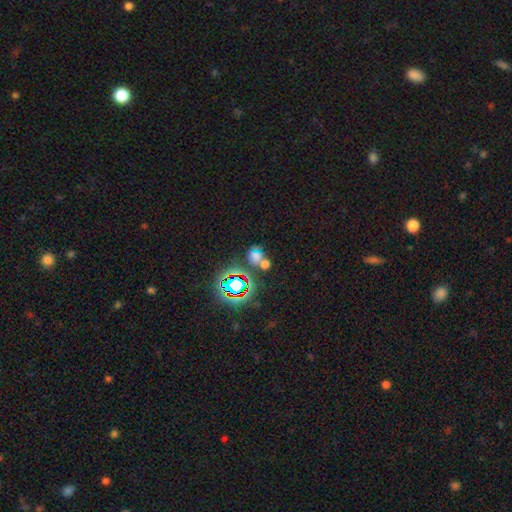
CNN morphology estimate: type=smooth (46%); merging=none (47%).